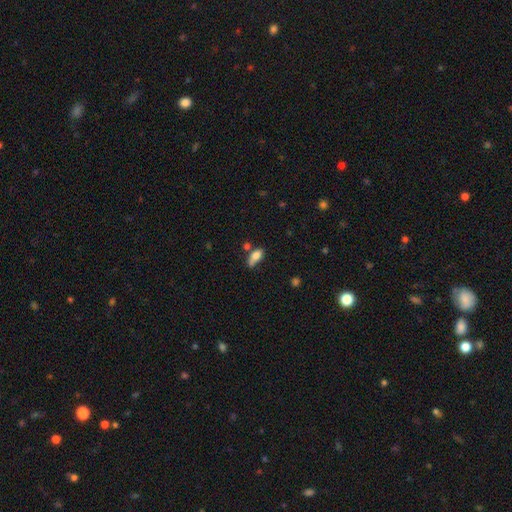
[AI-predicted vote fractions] A smooth galaxy with no disk features (75%) that is in between round and cigar-shaped (81%). Merging: none (36%).